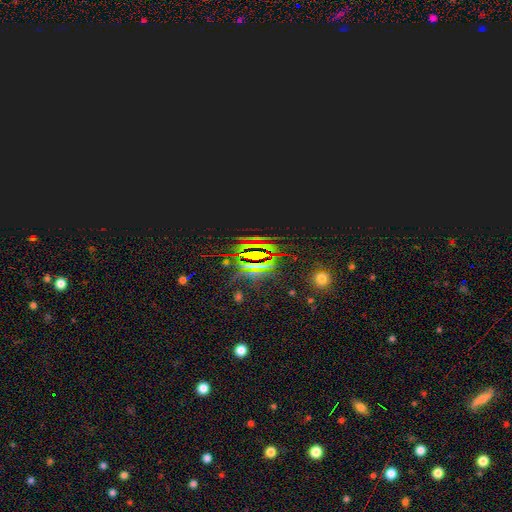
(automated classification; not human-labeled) Smooth or featured: star or artifact — 78% (featured or disk — 13%)